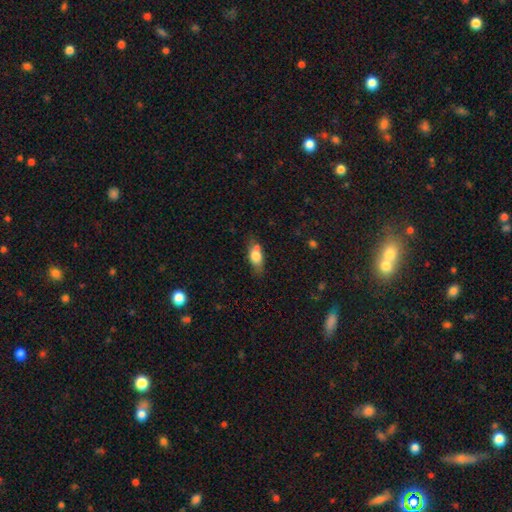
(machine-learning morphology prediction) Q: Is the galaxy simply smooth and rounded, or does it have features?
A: smooth — 74%.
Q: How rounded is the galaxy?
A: in between — 79%.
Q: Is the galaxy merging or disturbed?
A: none — 61%.